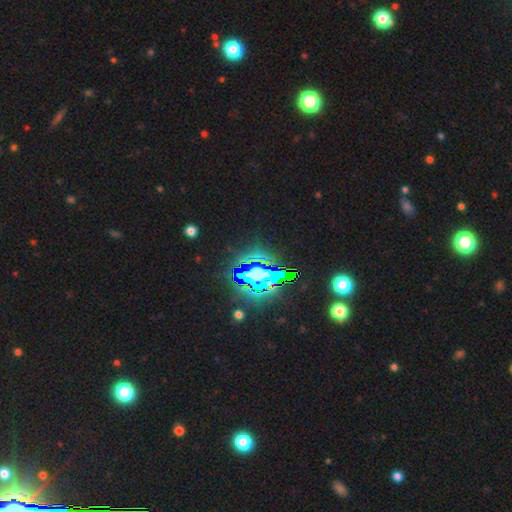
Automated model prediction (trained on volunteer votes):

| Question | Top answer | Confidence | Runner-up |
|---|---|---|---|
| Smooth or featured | star or artifact | 73% | smooth (15%) |